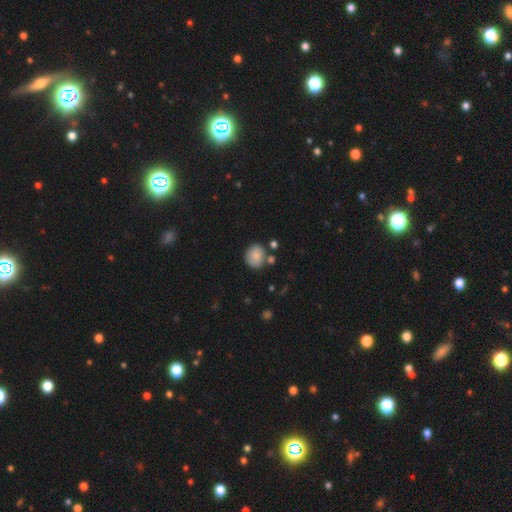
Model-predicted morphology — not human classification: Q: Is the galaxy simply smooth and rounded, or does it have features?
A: smooth — 84%.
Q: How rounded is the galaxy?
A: round — 69%.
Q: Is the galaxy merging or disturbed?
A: none — 72%.